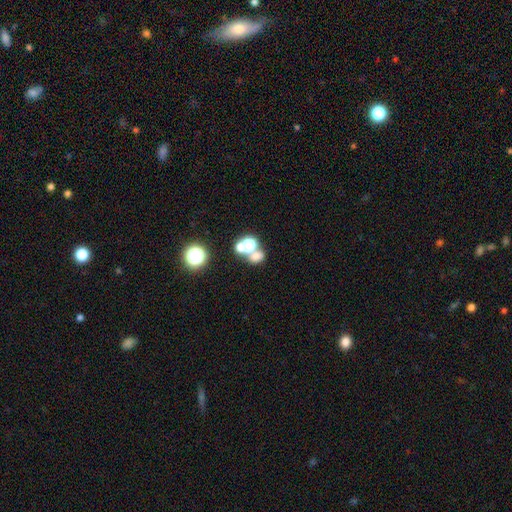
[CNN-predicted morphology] smooth-or-featured: smooth: 58% | star or artifact: 29% | featured or disk: 13%
  how-rounded: round: 56% | in between: 43% | cigar-shaped: 2%
  merging: merger: 45% | none: 41% | minor disturbance: 8% | major disturbance: 6%